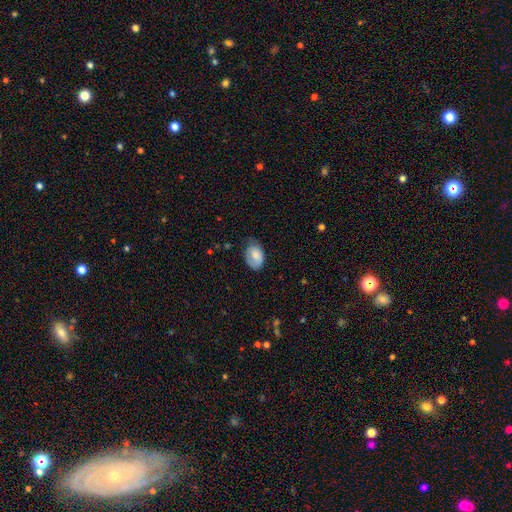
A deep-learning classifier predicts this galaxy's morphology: Smooth or featured? Predicted: smooth (p=0.68). How rounded? Predicted: in between (p=0.85). Merging? Predicted: none (p=0.52).